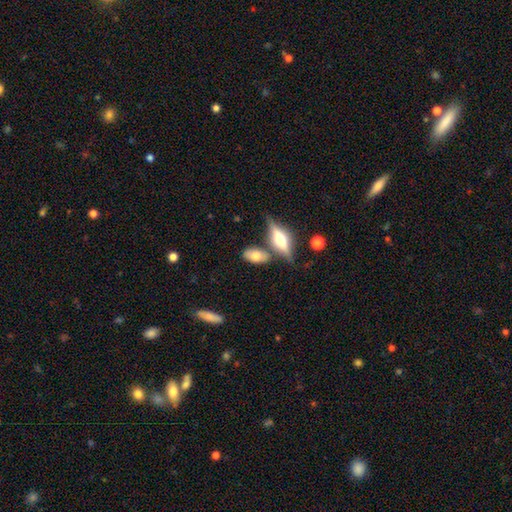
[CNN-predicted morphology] The model was most divided on "merging": none: 56%, merger: 20%, minor disturbance: 18%, major disturbance: 6%. More confident: how rounded — in between (82%); smooth or featured — smooth (66%).